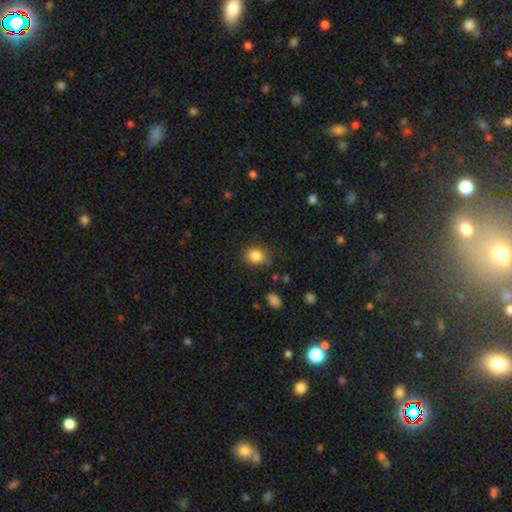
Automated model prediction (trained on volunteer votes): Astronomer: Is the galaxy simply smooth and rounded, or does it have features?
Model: smooth — 84%.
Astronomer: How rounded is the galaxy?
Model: round — 62% (runner-up: in between, 37%).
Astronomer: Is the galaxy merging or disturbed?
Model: none — 78%.